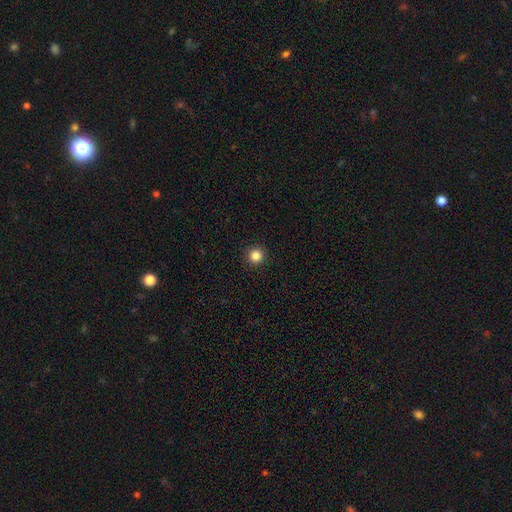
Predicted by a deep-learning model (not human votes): smooth 85%, star or artifact 12%, featured or disk 3%. Down the decision tree: how rounded — round (96%); merging — none (93%).